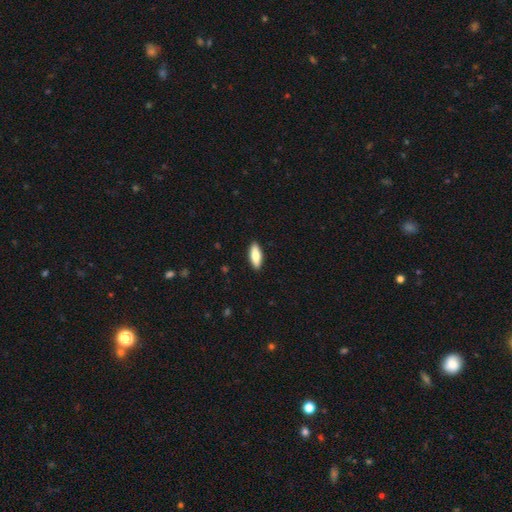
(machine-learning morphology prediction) A smooth galaxy with no disk features (81%) that is in between round and cigar-shaped (67%).

Vote fractions:
- Smooth or featured? smooth: 81% / featured or disk: 14% / star or artifact: 6%
- How rounded? in between: 67% / cigar-shaped: 31% / round: 2%
- Merging? none: 91% / minor disturbance: 7% / major disturbance: 1% / merger: 1%